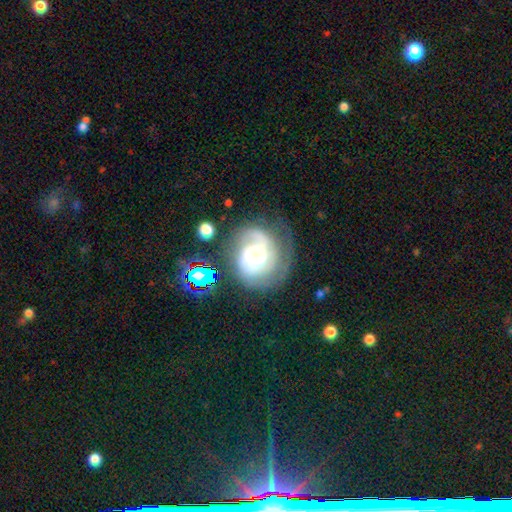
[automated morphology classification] type=featured or disk (78%); edge-on=no (98%); bar=no (51%); spiral arms=yes (94%); winding=medium (42%, tied with tight); arm count=2 (44%); bulge=moderate (35%); merging=none (55%).